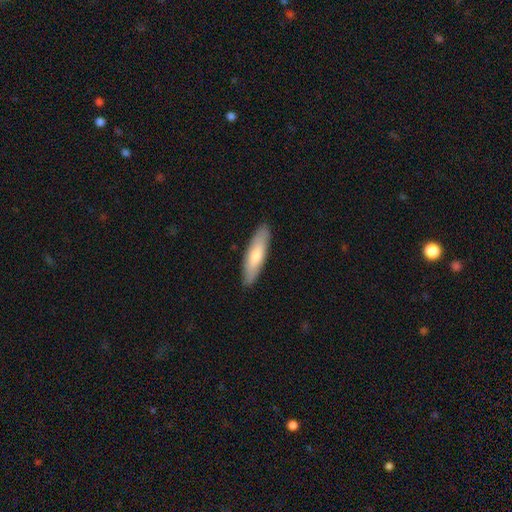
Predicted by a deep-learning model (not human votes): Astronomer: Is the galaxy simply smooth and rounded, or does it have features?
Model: smooth — 67%.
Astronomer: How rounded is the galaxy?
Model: cigar-shaped — 70%.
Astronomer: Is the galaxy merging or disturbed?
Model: none — 89%.